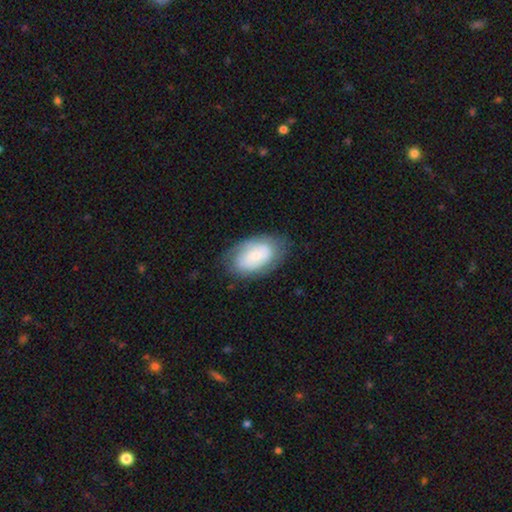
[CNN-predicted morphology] Smooth or featured?
  - smooth: 55% *
  - featured or disk: 38%
  - star or artifact: 7%
How rounded?
  - in between: 91% *
  - round: 7%
  - cigar-shaped: 2%
Merging?
  - none: 71% *
  - minor disturbance: 20%
  - major disturbance: 7%
  - merger: 2%